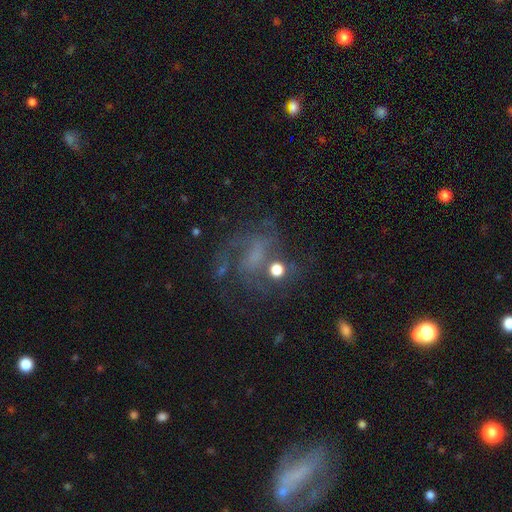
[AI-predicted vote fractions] smooth_or_featured: featured or disk (p=0.63) [alt: star or artifact p=0.19]
disk_edge_on: no (p=0.97) [alt: yes p=0.03]
bar: no (p=0.47) [alt: weak p=0.39]
has_spiral_arms: yes (p=0.77) [alt: no p=0.23]
bulge_size: none (p=0.38) [alt: small p=0.28]
merging: none (p=0.49) [alt: major disturbance p=0.26]